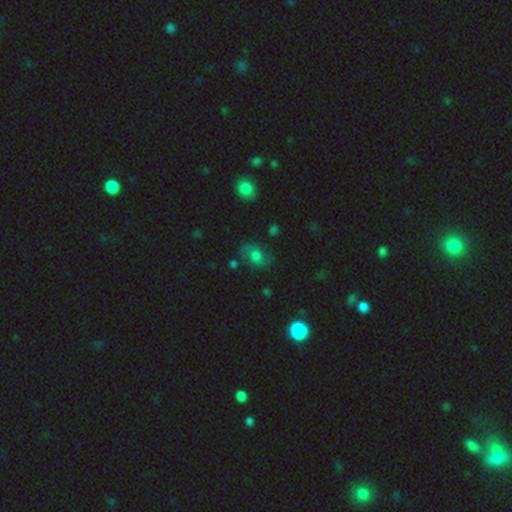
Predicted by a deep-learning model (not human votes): A featured or disk galaxy (42%).

Vote fractions:
- Smooth or featured? featured or disk: 42% / smooth: 41% / star or artifact: 17%
- Merging? none: 70% / minor disturbance: 19% / major disturbance: 9% / merger: 3%